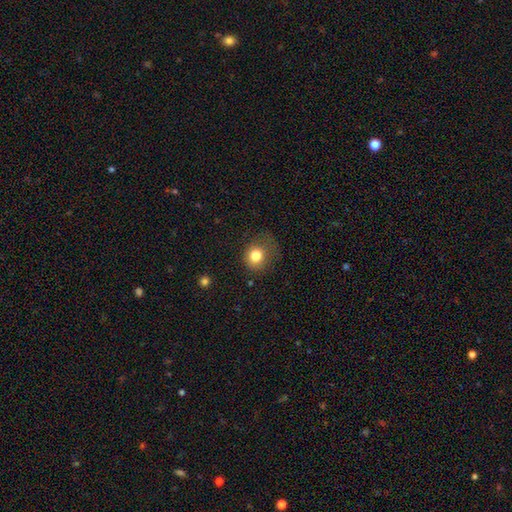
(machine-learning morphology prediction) smooth-or-featured: smooth: 80% | star or artifact: 11% | featured or disk: 8%
  how-rounded: round: 76% | in between: 23% | cigar-shaped: 1%
  merging: none: 58% | minor disturbance: 26% | major disturbance: 14% | merger: 2%